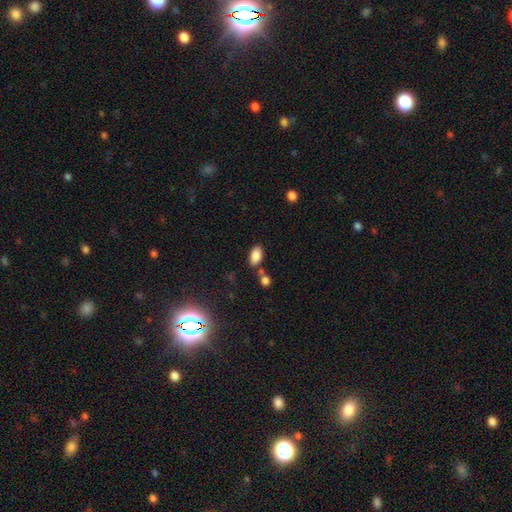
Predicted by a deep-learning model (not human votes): smooth 85%, star or artifact 9%, featured or disk 6%. Down the decision tree: how rounded — in between (92%); merging — none (72%).